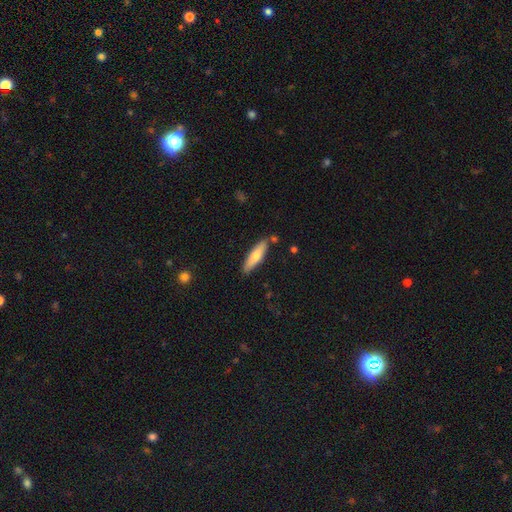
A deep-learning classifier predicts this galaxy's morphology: smooth-or-featured: smooth: 68% | featured or disk: 26% | star or artifact: 6%
  how-rounded: cigar-shaped: 71% | in between: 28% | round: 2%
  merging: none: 84% | minor disturbance: 11% | merger: 3% | major disturbance: 2%